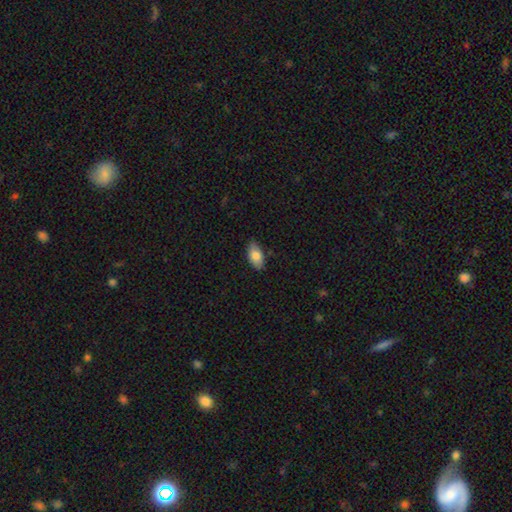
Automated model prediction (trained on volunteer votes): Smooth or featured? Predicted: smooth (p=0.82). How rounded? Predicted: in between (p=0.93). Merging? Predicted: none (p=0.84).